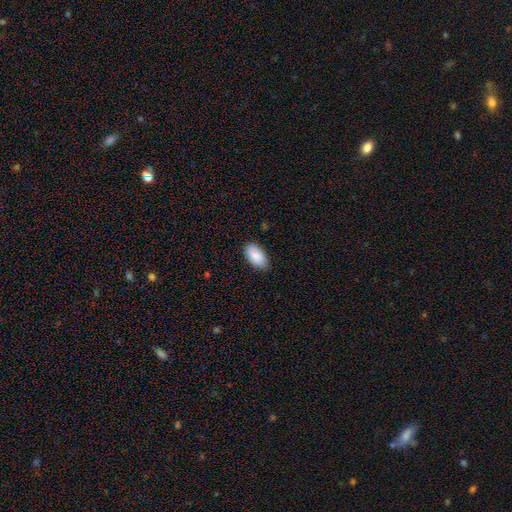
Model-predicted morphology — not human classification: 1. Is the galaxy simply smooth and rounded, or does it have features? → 88% smooth, 7% star or artifact, 5% featured or disk.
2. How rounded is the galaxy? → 94% in between, 3% cigar-shaped, 3% round.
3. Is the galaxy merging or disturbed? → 82% none, 14% minor disturbance, 3% major disturbance, 1% merger.